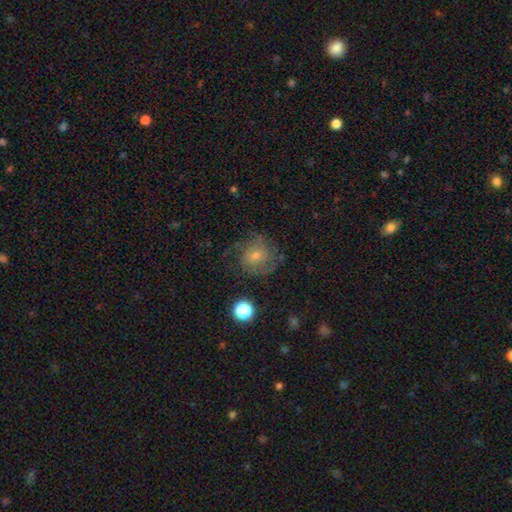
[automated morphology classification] smooth_or_featured: featured or disk (p=0.58) [alt: smooth p=0.29]
disk_edge_on: no (p=0.97) [alt: yes p=0.03]
bar: no (p=0.77) [alt: weak p=0.19]
has_spiral_arms: yes (p=0.83) [alt: no p=0.17]
bulge_size: small (p=0.60) [alt: moderate p=0.35]
merging: none (p=0.69) [alt: minor disturbance p=0.18]